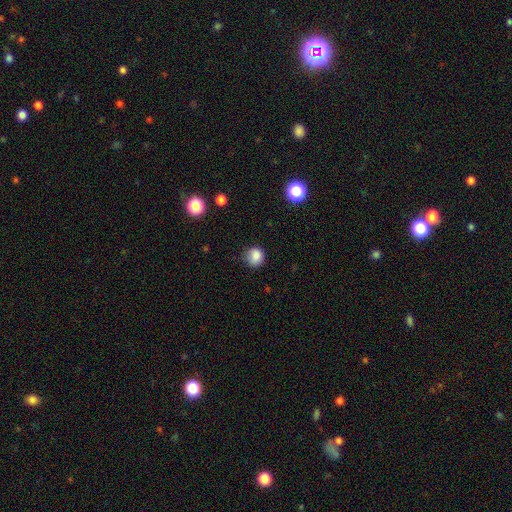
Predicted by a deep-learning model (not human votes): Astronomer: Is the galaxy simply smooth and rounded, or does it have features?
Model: smooth — 84%.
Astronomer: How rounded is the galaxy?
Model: round — 79%.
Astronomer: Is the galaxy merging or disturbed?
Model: none — 69%.